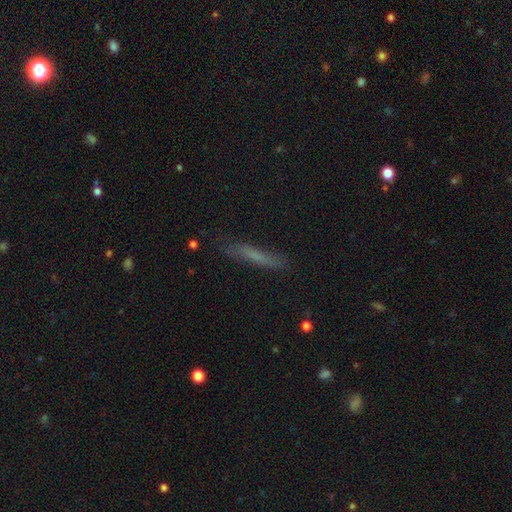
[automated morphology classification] Smooth or featured: smooth — 58% (featured or disk — 32%)
How rounded: cigar-shaped — 92% (in between — 6%)
Merging: none — 78% (minor disturbance — 16%)